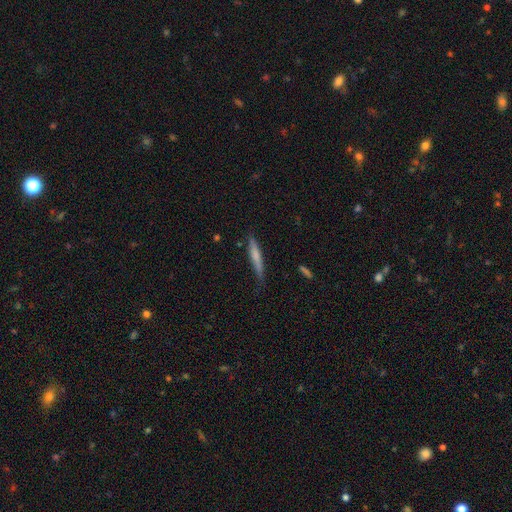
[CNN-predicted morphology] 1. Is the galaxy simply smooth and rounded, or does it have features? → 61% smooth, 33% featured or disk, 6% star or artifact.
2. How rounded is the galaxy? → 93% cigar-shaped, 6% in between, 2% round.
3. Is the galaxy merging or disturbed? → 72% none, 22% minor disturbance, 4% major disturbance, 2% merger.